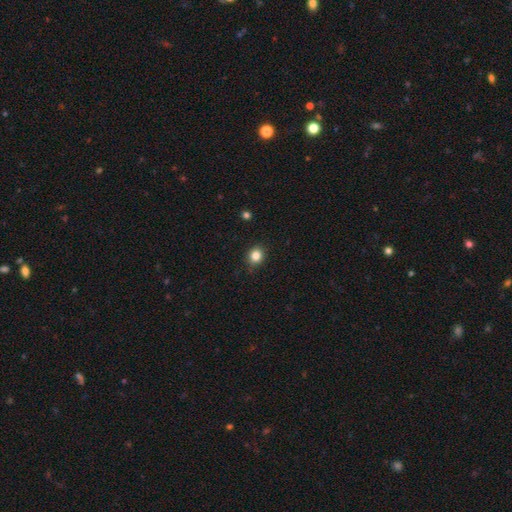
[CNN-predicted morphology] Smooth or featured?
  - smooth: 83% *
  - star or artifact: 11%
  - featured or disk: 5%
How rounded?
  - round: 74% *
  - in between: 25%
  - cigar-shaped: 1%
Merging?
  - none: 86% *
  - minor disturbance: 10%
  - major disturbance: 2%
  - merger: 1%